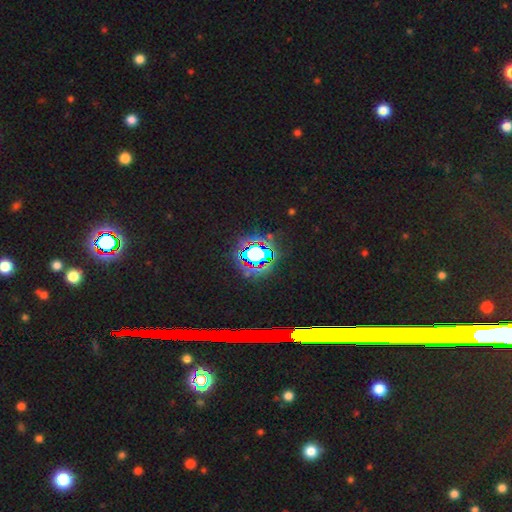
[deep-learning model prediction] smooth-or-featured: star or artifact: 68% | smooth: 18% | featured or disk: 14%